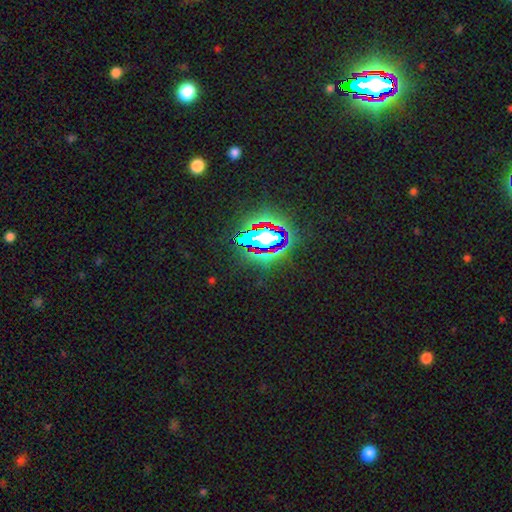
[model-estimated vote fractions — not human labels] Smooth or featured? Predicted: star or artifact (p=0.83).